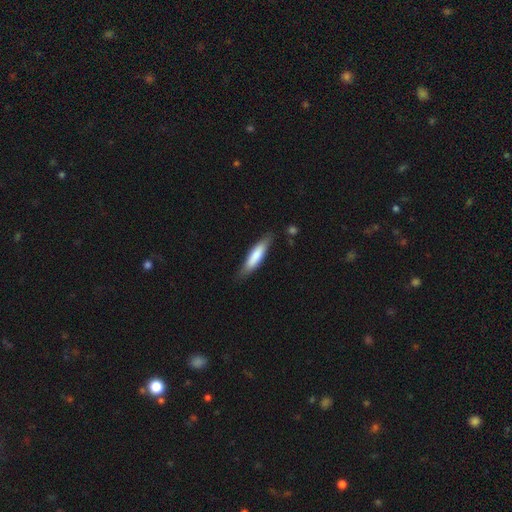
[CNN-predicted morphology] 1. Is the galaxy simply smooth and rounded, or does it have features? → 74% smooth, 21% featured or disk, 5% star or artifact.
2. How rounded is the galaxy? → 75% cigar-shaped, 24% in between, 1% round.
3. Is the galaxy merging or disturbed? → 79% none, 16% minor disturbance, 3% major disturbance, 2% merger.